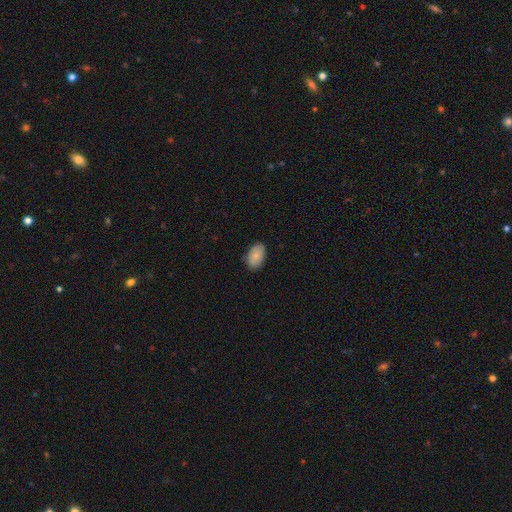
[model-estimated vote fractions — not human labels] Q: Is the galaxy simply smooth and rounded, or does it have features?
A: smooth — 86%.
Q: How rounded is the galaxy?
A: in between — 92%.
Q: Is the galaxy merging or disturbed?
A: none — 84%.